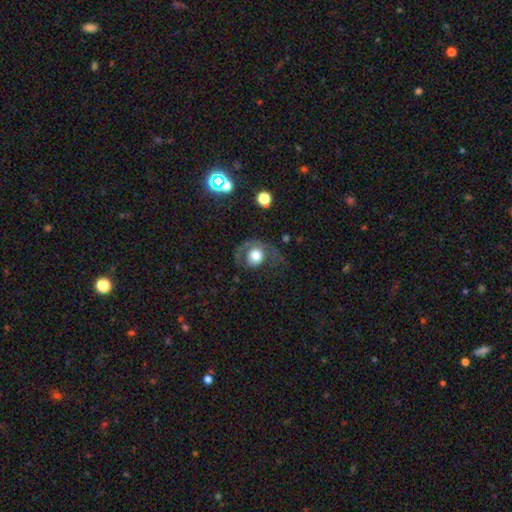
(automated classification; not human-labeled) Smooth or featured?
  - smooth: 56% *
  - featured or disk: 35%
  - star or artifact: 9%
How rounded?
  - round: 79% *
  - in between: 20%
  - cigar-shaped: 1%
Merging?
  - none: 48% *
  - major disturbance: 30%
  - minor disturbance: 20%
  - merger: 2%